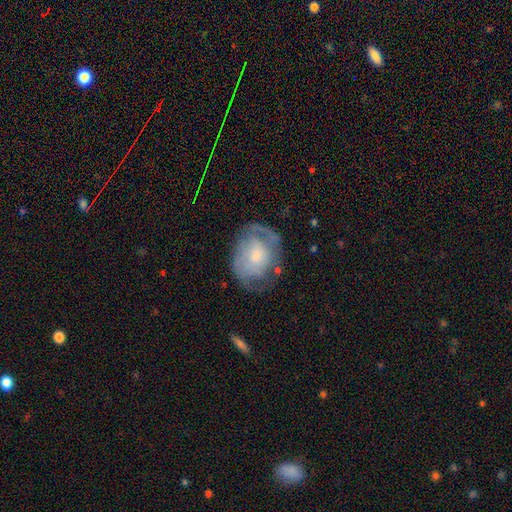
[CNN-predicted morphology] Q: Smooth or featured?
A: featured or disk (56%); runner-up: smooth (37%)
Q: Edge-on disk?
A: no (96%); runner-up: yes (4%)
Q: Bar?
A: no (75%); runner-up: weak (21%)
Q: Spiral arms?
A: yes (63%); runner-up: no (37%)
Q: Bulge size?
A: small (51%); runner-up: moderate (35%)
Q: Merging?
A: none (52%); runner-up: minor disturbance (26%)